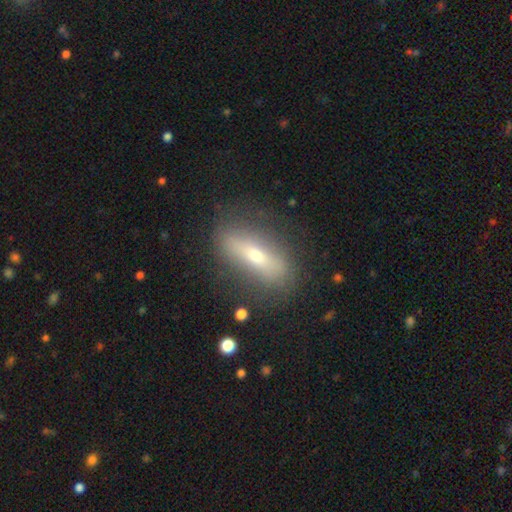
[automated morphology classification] type=smooth (47%); merging=none (78%).